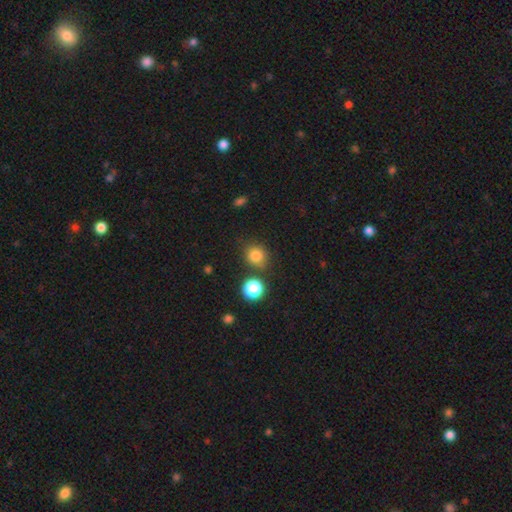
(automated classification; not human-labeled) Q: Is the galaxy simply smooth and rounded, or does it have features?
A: smooth — 81%.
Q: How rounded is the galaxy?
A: round — 80%.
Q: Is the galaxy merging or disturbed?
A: none — 75%.